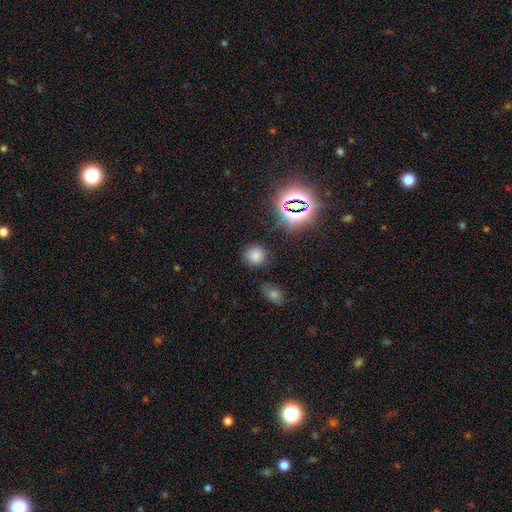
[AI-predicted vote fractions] Smooth or featured?
  - smooth: 73% *
  - star or artifact: 20%
  - featured or disk: 6%
How rounded?
  - round: 88% *
  - in between: 11%
  - cigar-shaped: 1%
Merging?
  - none: 84% *
  - minor disturbance: 10%
  - major disturbance: 3%
  - merger: 3%